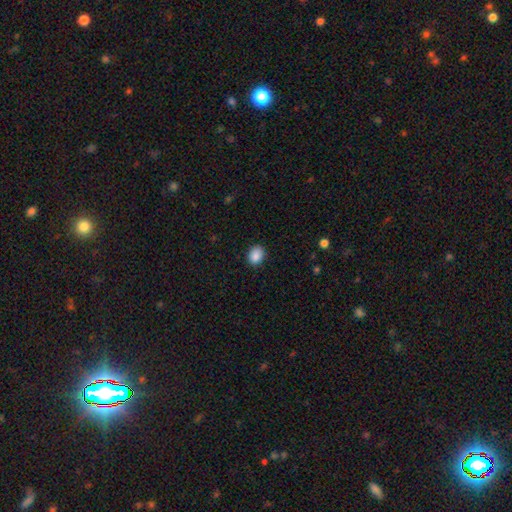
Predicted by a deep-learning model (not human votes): Q: Smooth or featured?
A: smooth (89%); runner-up: star or artifact (8%)
Q: How rounded?
A: in between (60%); runner-up: round (39%)
Q: Merging?
A: none (88%); runner-up: minor disturbance (9%)